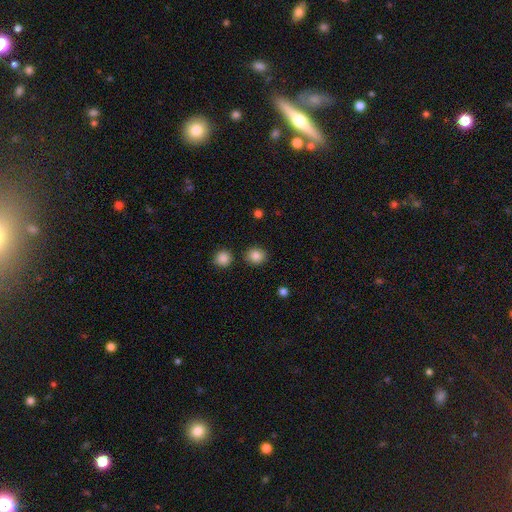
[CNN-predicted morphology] Smooth or featured: smooth — 86% (star or artifact — 10%)
How rounded: round — 79% (in between — 20%)
Merging: none — 86% (minor disturbance — 8%)